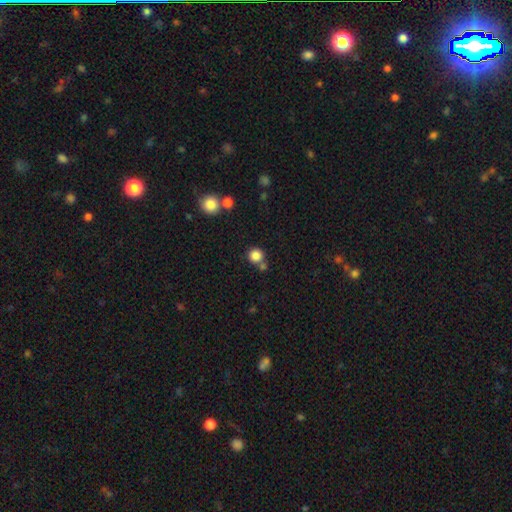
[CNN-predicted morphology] Smooth or featured: smooth — 85% (star or artifact — 11%)
How rounded: round — 92% (in between — 7%)
Merging: none — 68% (merger — 19%)